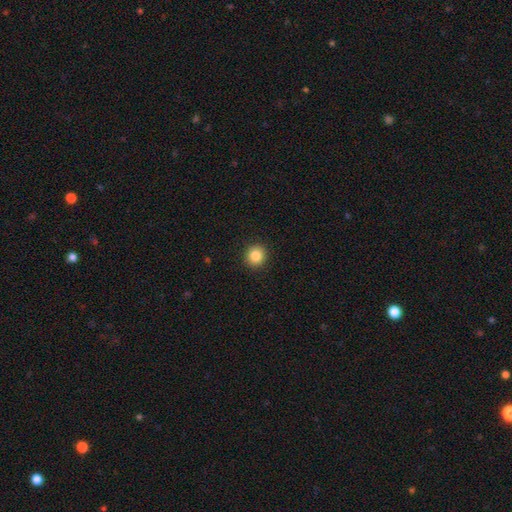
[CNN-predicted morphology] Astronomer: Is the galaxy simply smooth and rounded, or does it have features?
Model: smooth — 85%.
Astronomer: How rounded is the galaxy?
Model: round — 89%.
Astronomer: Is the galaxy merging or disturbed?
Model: none — 92%.